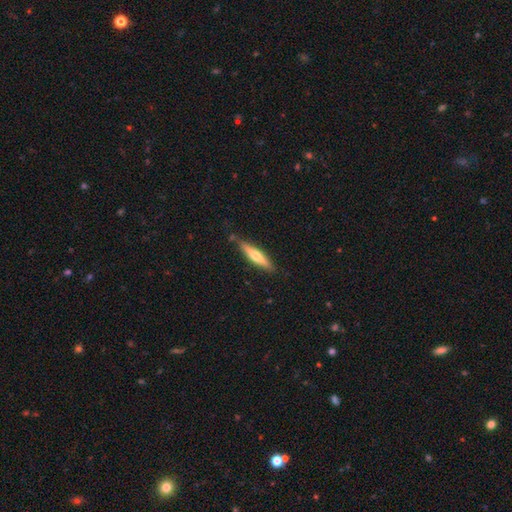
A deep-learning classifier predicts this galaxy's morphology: A featured or disk galaxy (47%, tied with smooth).

Vote fractions:
- Smooth or featured? featured or disk: 47% (tied) / smooth: 47% (tied) / star or artifact: 5%
- Merging? none: 81% / minor disturbance: 14% / merger: 3% / major disturbance: 3%